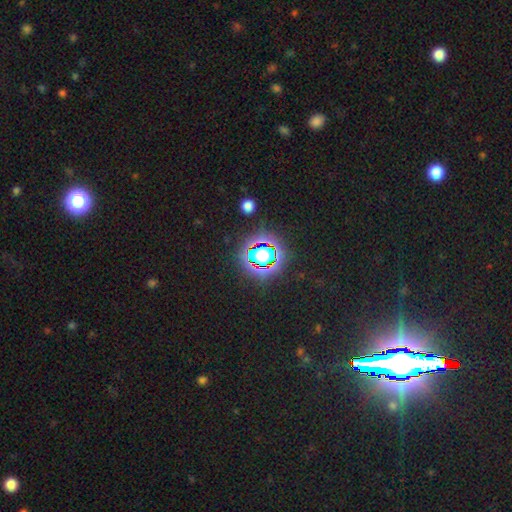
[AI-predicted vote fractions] A star or artifact, not a galaxy (77%).